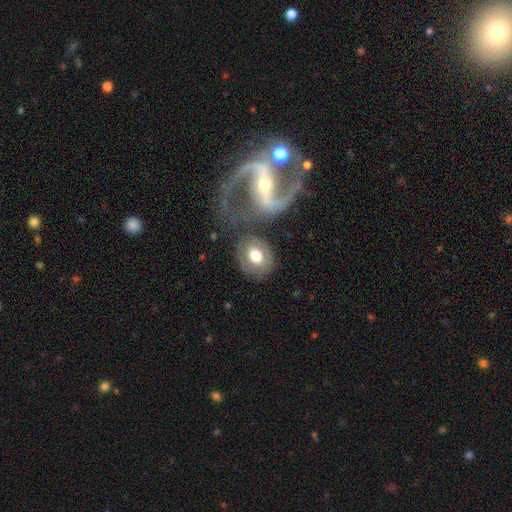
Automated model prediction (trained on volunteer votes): Smooth or featured? Predicted: smooth (p=0.61). How rounded? Predicted: round (p=0.54). Merging? Predicted: none (p=0.66).